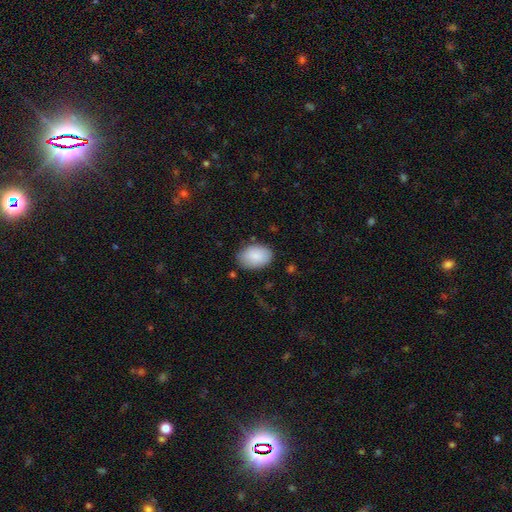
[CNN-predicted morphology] This appears to be a smooth galaxy with no disk features (88%) that is in between round and cigar-shaped (86%). Merging: none (80%).